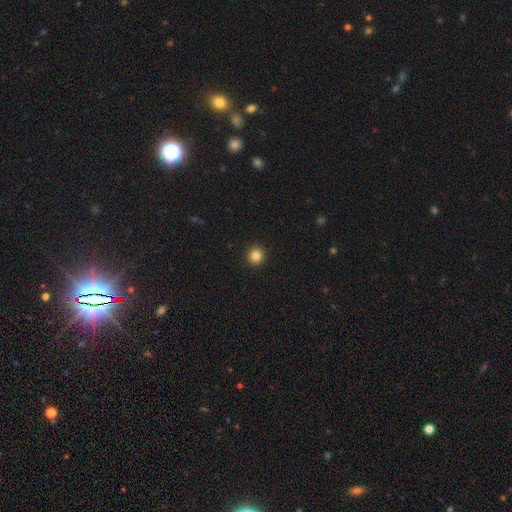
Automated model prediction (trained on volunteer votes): This appears to be a smooth galaxy with no disk features (85%) that is round (95%). Merging: none (93%).